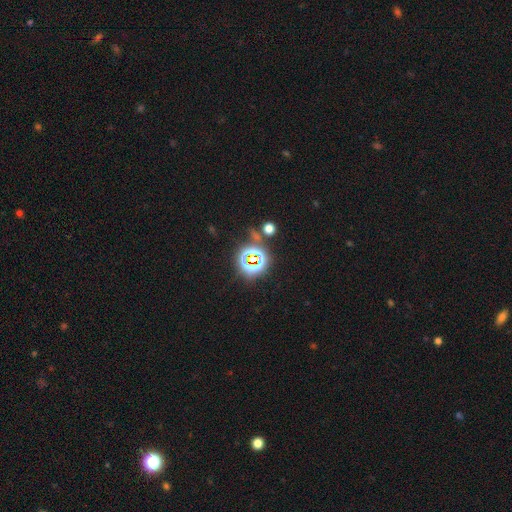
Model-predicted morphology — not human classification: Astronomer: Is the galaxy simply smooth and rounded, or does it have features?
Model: star or artifact — 68%.